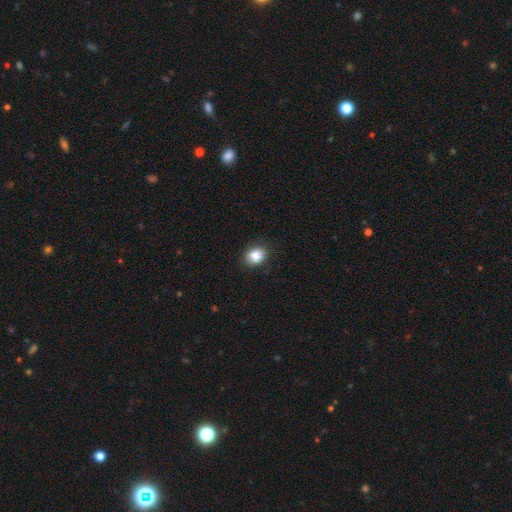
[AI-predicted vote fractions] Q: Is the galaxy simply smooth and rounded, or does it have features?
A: smooth — 85%.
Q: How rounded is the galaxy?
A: in between — 55%.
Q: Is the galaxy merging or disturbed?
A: none — 86%.